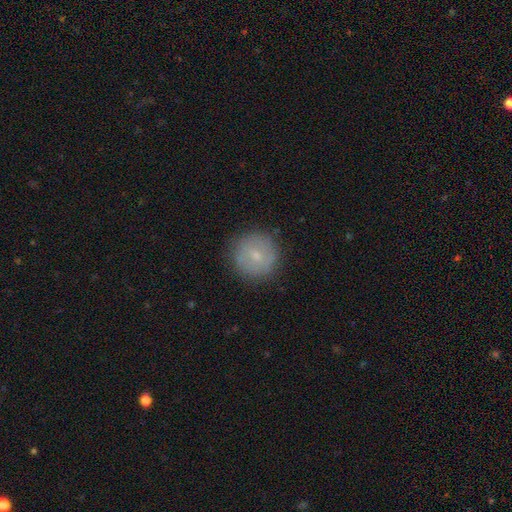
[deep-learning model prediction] Smooth or featured?
  - smooth: 66% *
  - featured or disk: 25%
  - star or artifact: 9%
How rounded?
  - round: 94% *
  - in between: 5%
  - cigar-shaped: 1%
Merging?
  - none: 86% *
  - minor disturbance: 10%
  - major disturbance: 3%
  - merger: 1%